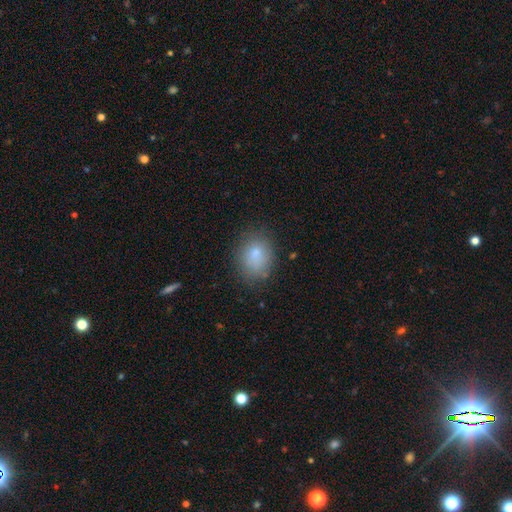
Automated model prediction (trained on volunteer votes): Morphology: type=smooth (81%); roundness=in between (55%); merging=none (74%).